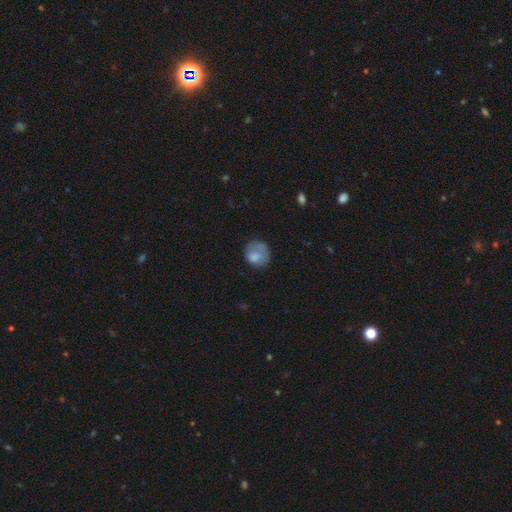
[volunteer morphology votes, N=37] A smooth galaxy with no disk features (65%) that is round (83%). Merging: none (54%).